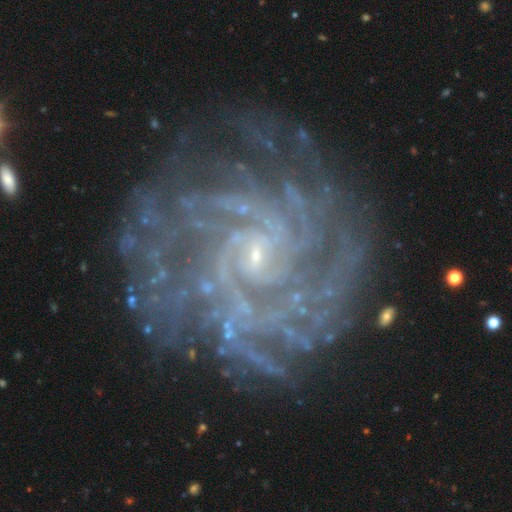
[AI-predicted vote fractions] smooth_or_featured: featured or disk (p=0.87) [alt: star or artifact p=0.08]
disk_edge_on: no (p=0.98) [alt: yes p=0.02]
bar: no (p=0.44) [alt: weak p=0.43]
has_spiral_arms: yes (p=0.97) [alt: no p=0.03]
spiral_winding: tight (p=0.71) [alt: medium p=0.23]
spiral_arm_count: can't tell (p=0.28) [alt: more than 4 p=0.25]
bulge_size: small (p=0.81) [alt: moderate p=0.09]
merging: none (p=0.78) [alt: minor disturbance p=0.13]